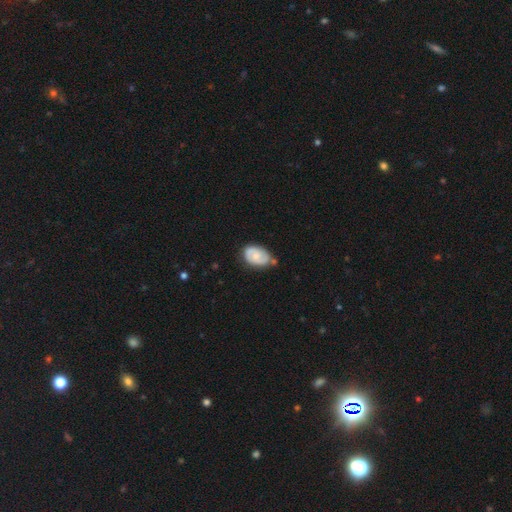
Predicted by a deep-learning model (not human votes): smooth_or_featured: featured or disk (p=0.53) [alt: smooth p=0.40]
disk_edge_on: no (p=0.96) [alt: yes p=0.04]
bar: no (p=0.64) [alt: weak p=0.31]
has_spiral_arms: yes (p=0.82) [alt: no p=0.18]
bulge_size: small (p=0.49) [alt: moderate p=0.39]
merging: none (p=0.60) [alt: minor disturbance p=0.25]